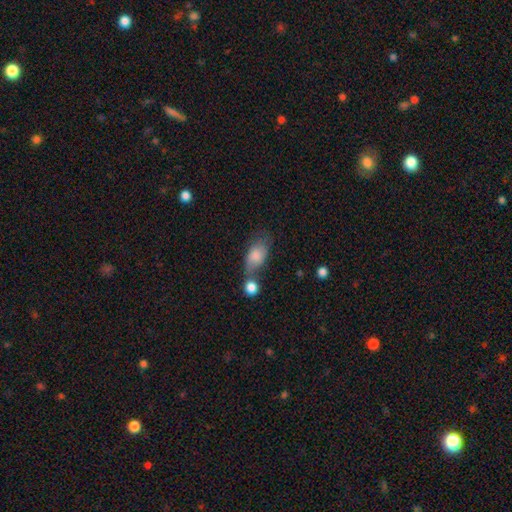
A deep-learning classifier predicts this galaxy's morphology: smooth 74%, featured or disk 18%, star or artifact 9%. Down the decision tree: how rounded — in between (82%); merging — none (37%).